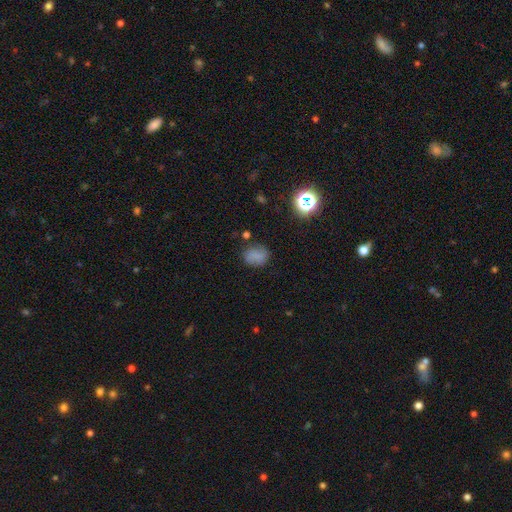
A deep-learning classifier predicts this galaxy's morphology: This appears to be a smooth galaxy with no disk features (73%) that is round (55%). Merging: none (75%).